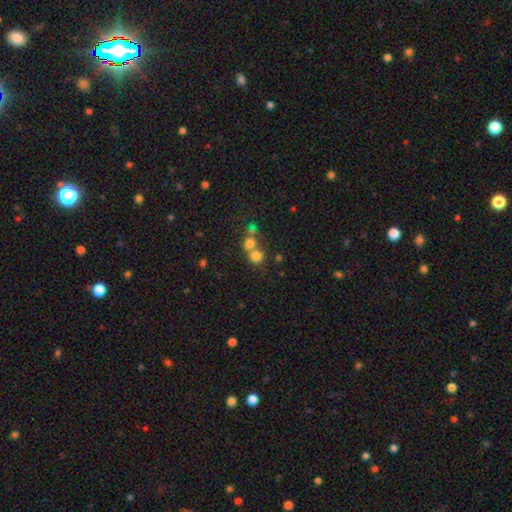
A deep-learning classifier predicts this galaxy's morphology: Q: Smooth or featured?
A: smooth (74%); runner-up: star or artifact (15%)
Q: How rounded?
A: round (84%); runner-up: in between (15%)
Q: Merging?
A: merger (48%); runner-up: none (43%)